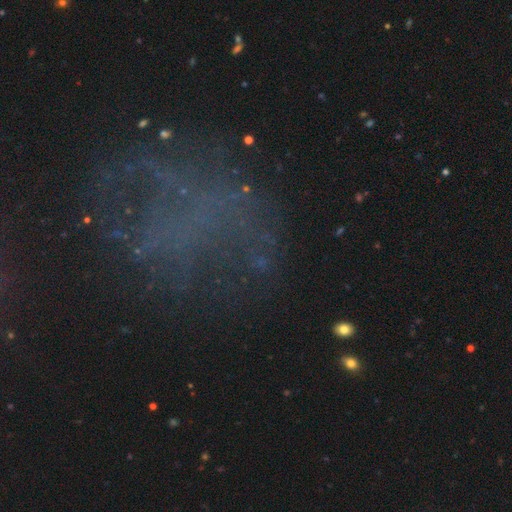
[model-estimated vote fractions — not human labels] Smooth or featured? Predicted: star or artifact (p=0.42).